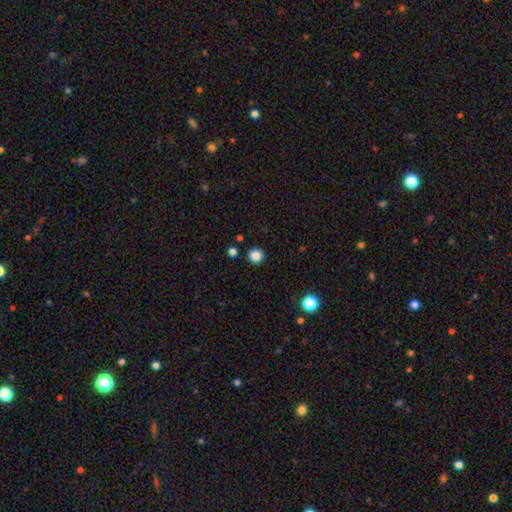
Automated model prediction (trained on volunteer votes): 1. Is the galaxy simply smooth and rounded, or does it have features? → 85% smooth, 12% star or artifact, 3% featured or disk.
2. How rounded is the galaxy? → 95% round, 4% in between, 1% cigar-shaped.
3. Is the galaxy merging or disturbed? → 91% none, 5% minor disturbance, 2% merger, 2% major disturbance.